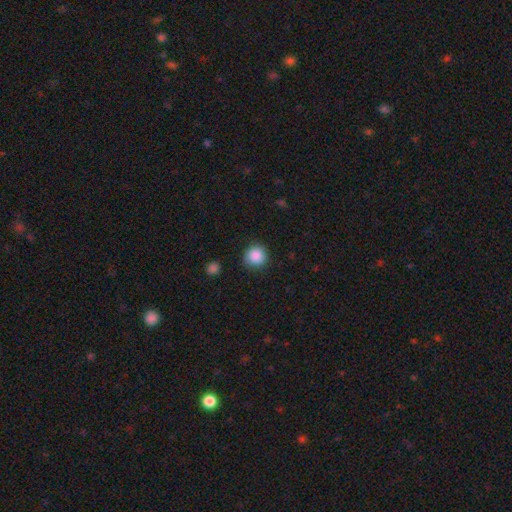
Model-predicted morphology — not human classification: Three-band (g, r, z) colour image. It shows a smooth galaxy with no disk features (87%) that is round (92%). Merging: none (83%).